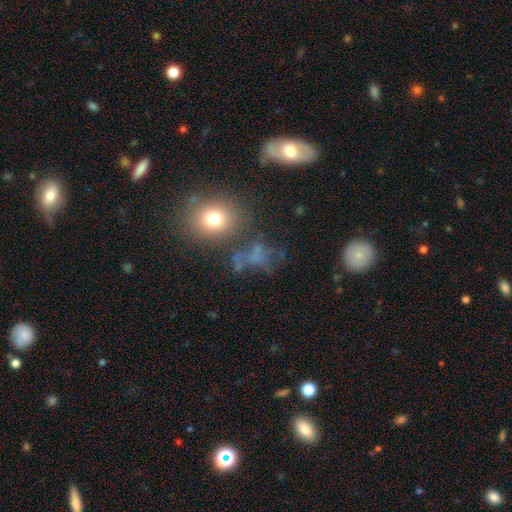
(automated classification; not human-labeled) The model was most divided on "how rounded": in between: 49%, round: 47%, cigar-shaped: 4%. Remaining: smooth or featured — smooth (53%); merging — none (47%).